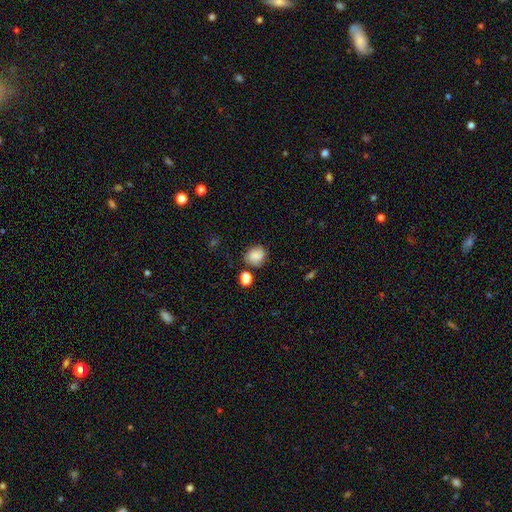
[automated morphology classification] Smooth or featured? Predicted: smooth (p=0.75). How rounded? Predicted: round (p=0.65). Merging? Predicted: none (p=0.67).